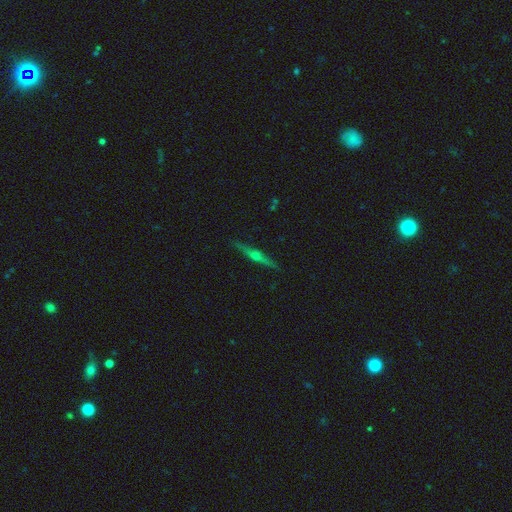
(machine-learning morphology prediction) Smooth or featured: featured or disk — 77% (smooth — 15%)
Edge-on disk: yes — 98% (no — 2%)
Edge-on bulge: rounded — 86% (boxy — 8%)
Merging: none — 91% (minor disturbance — 7%)